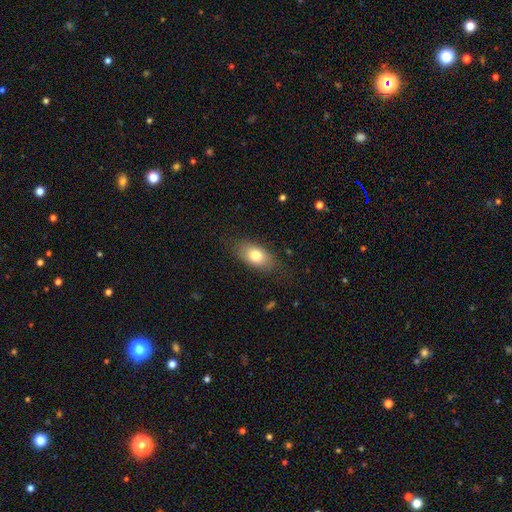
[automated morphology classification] type=smooth (77%); roundness=in between (87%); merging=none (80%).